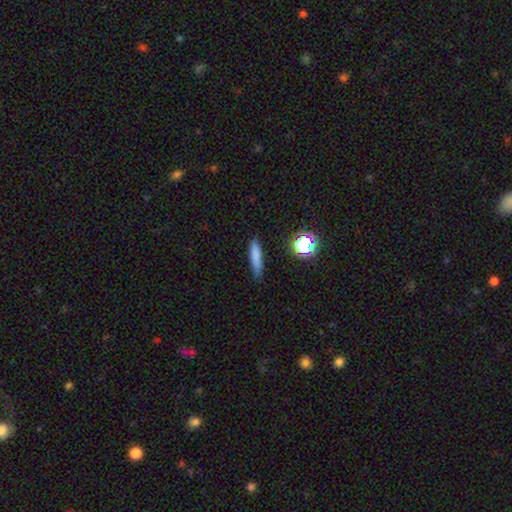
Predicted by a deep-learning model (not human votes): Smooth or featured?
  - smooth: 77% *
  - star or artifact: 12%
  - featured or disk: 11%
How rounded?
  - cigar-shaped: 82% *
  - in between: 15%
  - round: 3%
Merging?
  - none: 77% *
  - minor disturbance: 17%
  - major disturbance: 4%
  - merger: 2%